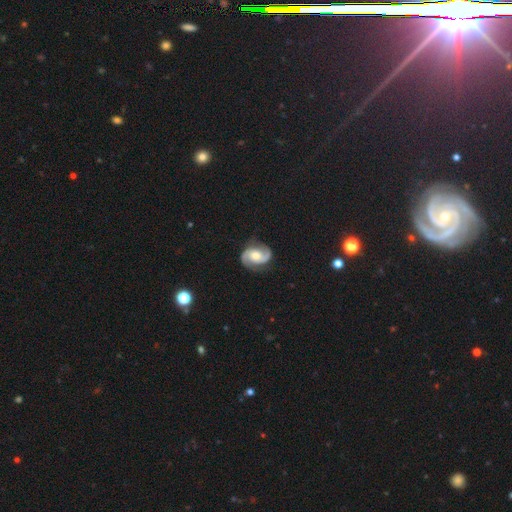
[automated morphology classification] Overall: featured or disk (89%). Edge-on disk: no (98%). Bar: no (59%; weak 31%). Spiral arms: yes (98%). Spiral arm count: 2 (93%). Spiral winding: medium (54%; tight 24%). Bulge size: moderate (66%). Merging: none (82%).